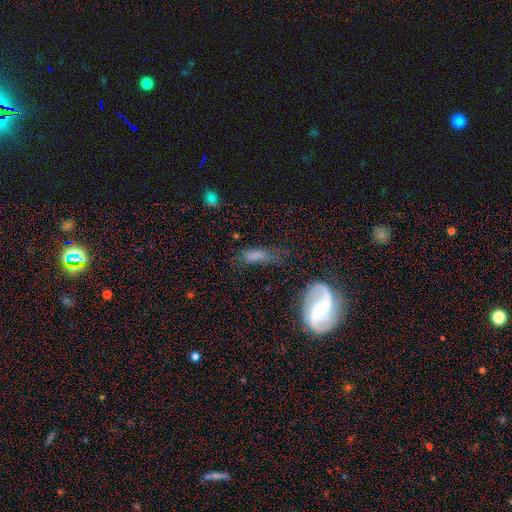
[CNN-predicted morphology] This appears to be a smooth galaxy with no disk features (60%) that is in between round and cigar-shaped (60%). Merging: none (39%).